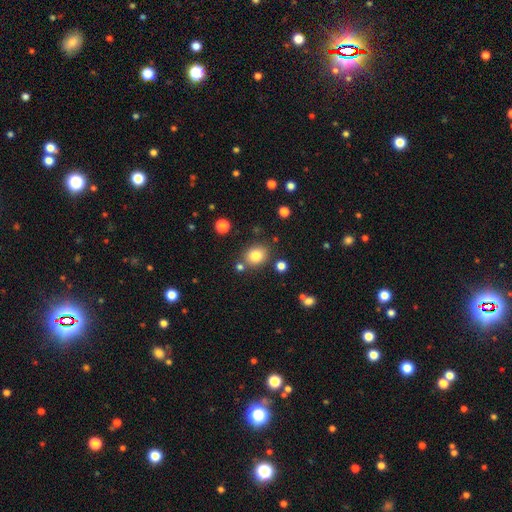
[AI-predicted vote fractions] Morphology: type=smooth (81%); roundness=round (63%); merging=none (78%).